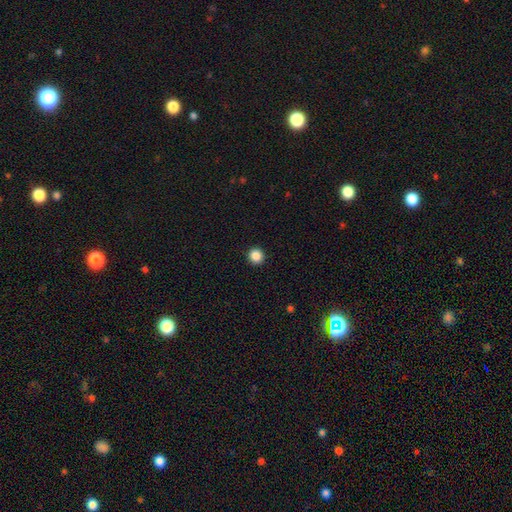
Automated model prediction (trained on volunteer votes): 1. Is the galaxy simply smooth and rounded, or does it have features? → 87% smooth, 10% star or artifact, 3% featured or disk.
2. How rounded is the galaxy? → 95% round, 4% in between, 1% cigar-shaped.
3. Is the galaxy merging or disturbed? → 94% none, 4% minor disturbance, 1% major disturbance, 1% merger.